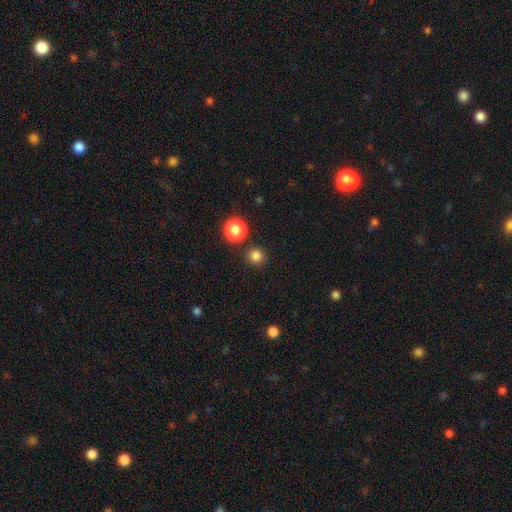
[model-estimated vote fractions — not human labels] smooth_or_featured: smooth (p=0.82) [alt: star or artifact p=0.14]
how_rounded: round (p=0.94) [alt: in between p=0.05]
merging: none (p=0.87) [alt: minor disturbance p=0.06]